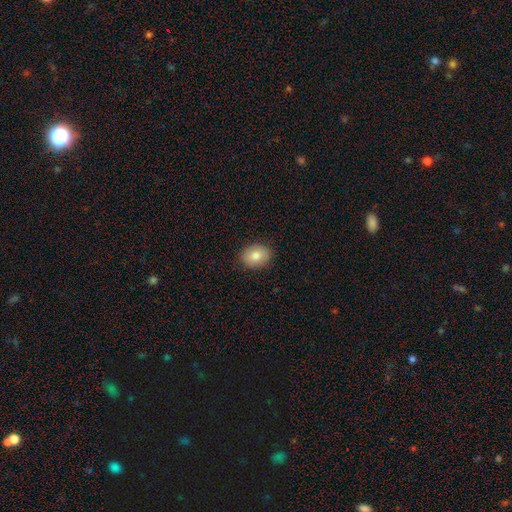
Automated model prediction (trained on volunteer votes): The model was most divided on "how rounded": in between: 58%, round: 41%, cigar-shaped: 1%. More confident: merging — none (88%); smooth or featured — smooth (82%).